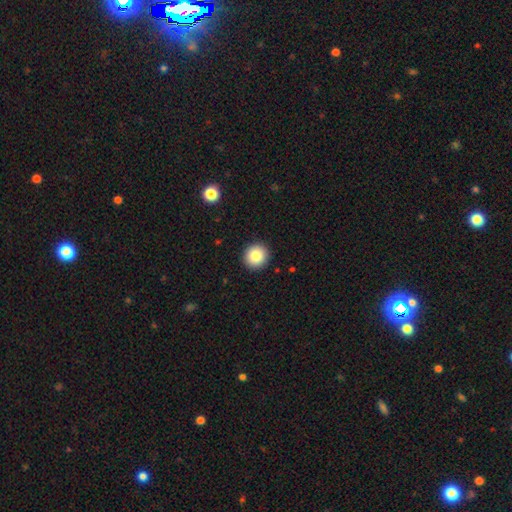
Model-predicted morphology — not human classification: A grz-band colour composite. It shows a smooth galaxy with no disk features (85%) that is round (92%). Merging: none (93%).